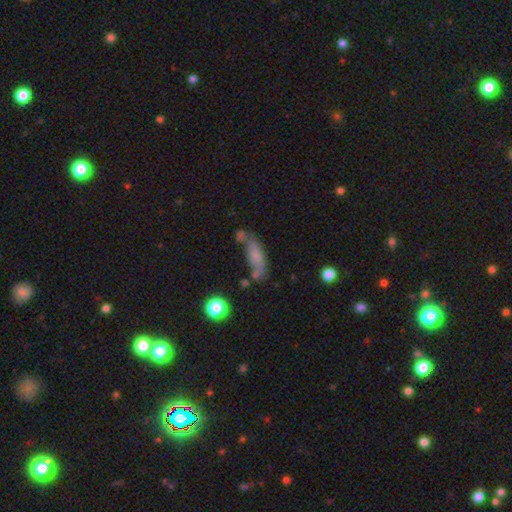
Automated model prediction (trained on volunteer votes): Smooth or featured? smooth (68%)
How rounded? in between (57%)
Merging? none (45%)